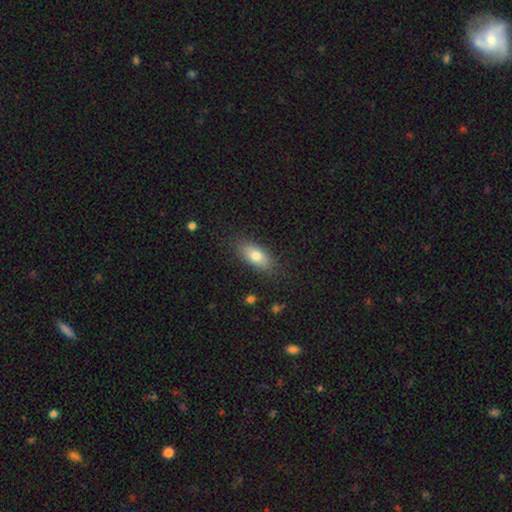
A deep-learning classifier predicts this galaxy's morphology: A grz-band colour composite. It shows a smooth galaxy with no disk features (78%) that is in between round and cigar-shaped (84%). Merging: none (84%).